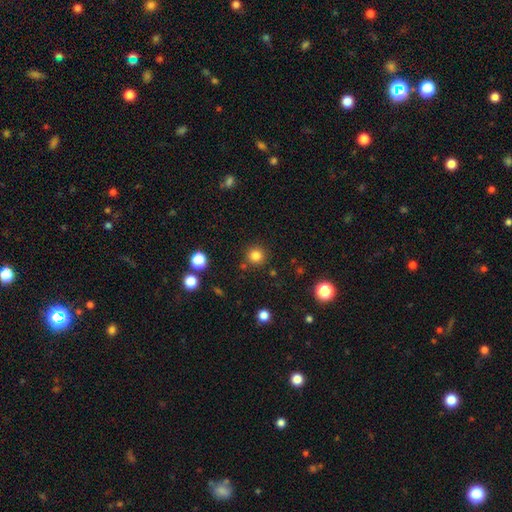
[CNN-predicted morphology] Smooth or featured? smooth (82%)
How rounded? round (94%)
Merging? none (87%)